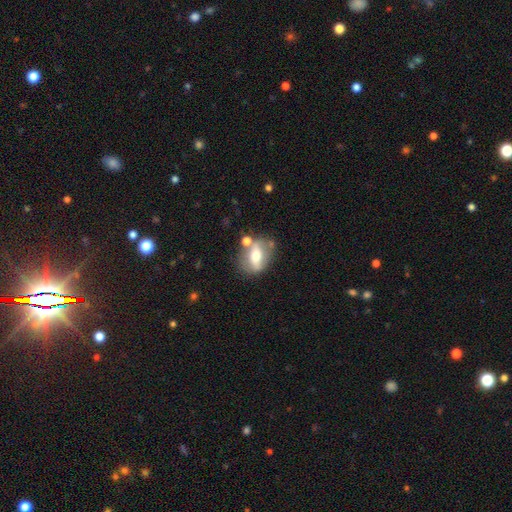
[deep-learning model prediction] Smooth or featured? Predicted: featured or disk (p=0.48). Merging? Predicted: none (p=0.61).